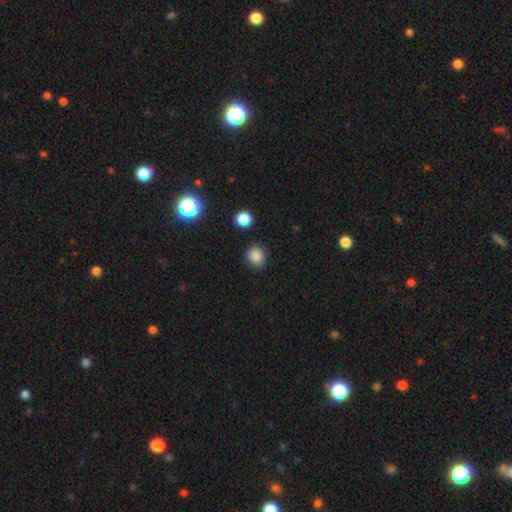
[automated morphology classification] smooth 85%, star or artifact 11%, featured or disk 3%. Down the decision tree: how rounded — round (80%); merging — none (85%).